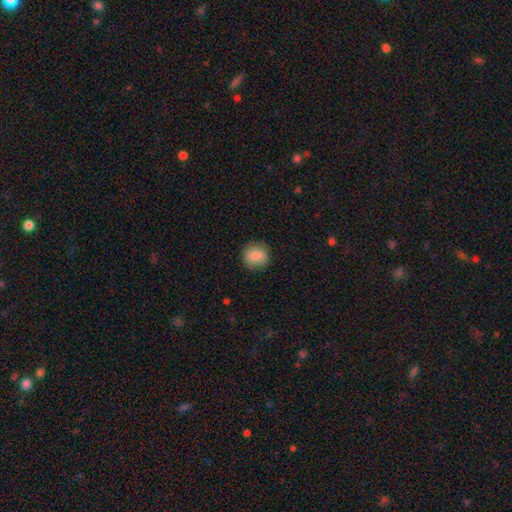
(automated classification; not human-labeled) Q: Smooth or featured?
A: smooth (85%); runner-up: star or artifact (8%)
Q: How rounded?
A: round (86%); runner-up: in between (13%)
Q: Merging?
A: none (86%); runner-up: minor disturbance (10%)